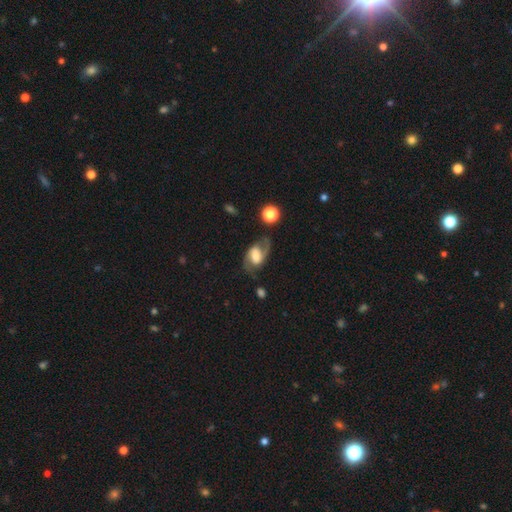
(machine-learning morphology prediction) This is likely a featured or disk galaxy (71%). It is clearly not viewed edge-on (96%). Bar: possibly weak (48%). Spiral arm pattern: clearly yes (89%). Spiral arm count: clearly 2 (86%). Spiral winding: possibly medium (48%). Central bulge: marginally moderate (44%). Merging: likely none (66%).